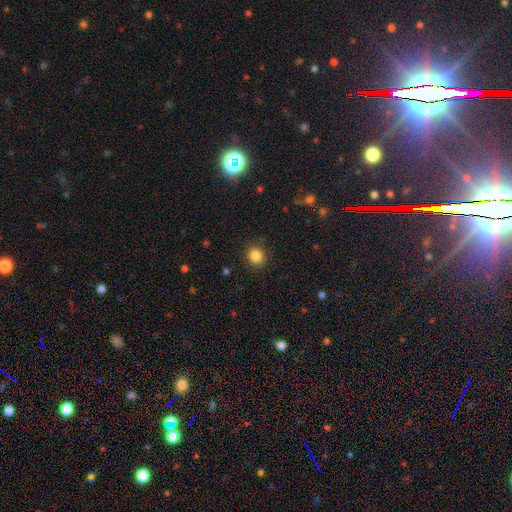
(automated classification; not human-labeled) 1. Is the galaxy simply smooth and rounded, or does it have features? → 85% smooth, 11% star or artifact, 4% featured or disk.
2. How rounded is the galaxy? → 88% round, 12% in between, 1% cigar-shaped.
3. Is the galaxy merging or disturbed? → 90% none, 7% minor disturbance, 2% major disturbance, 1% merger.